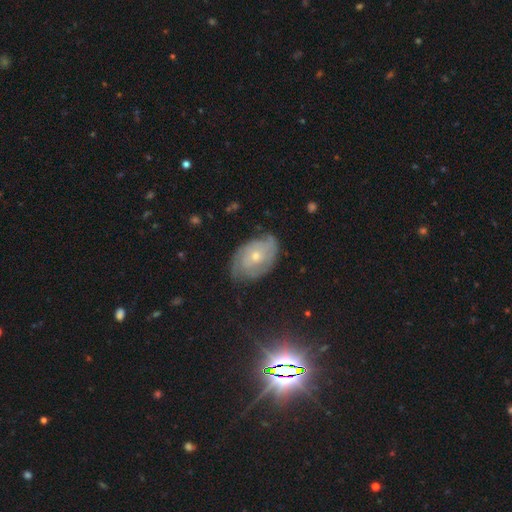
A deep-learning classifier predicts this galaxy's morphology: Smooth or featured? featured or disk (65%)
Edge-on disk? no (95%)
Bar? no (76%)
Spiral arms? yes (82%)
Spiral winding? tight (61%)
Spiral arm count? can't tell (45%)
Bulge size? small (50%)
Merging? none (64%)